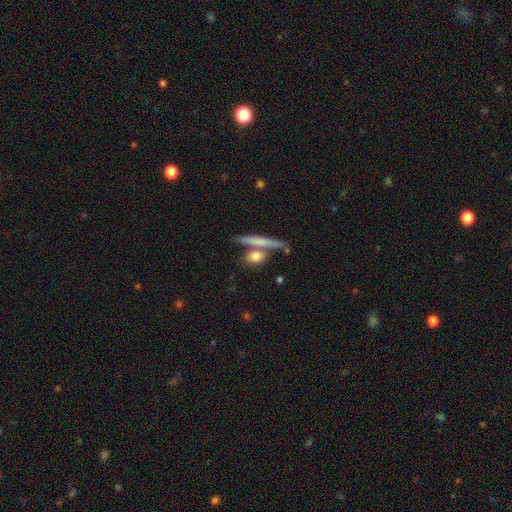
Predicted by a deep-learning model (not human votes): Smooth or featured? Predicted: smooth (p=0.70). How rounded? Predicted: cigar-shaped (p=0.46). Merging? Predicted: none (p=0.60).